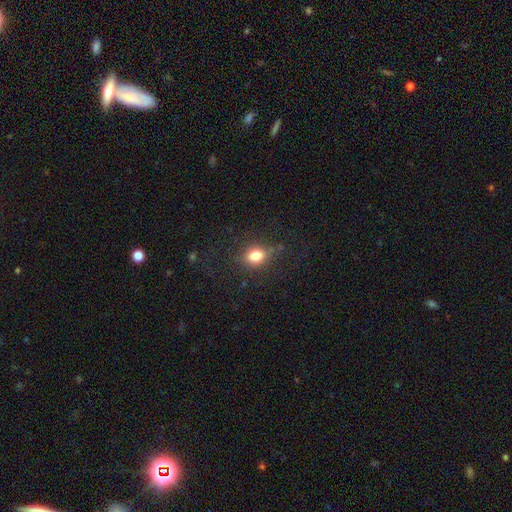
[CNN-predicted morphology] Smooth or featured: smooth — 81% (star or artifact — 12%)
How rounded: in between — 52% (round — 46%)
Merging: none — 78% (minor disturbance — 15%)